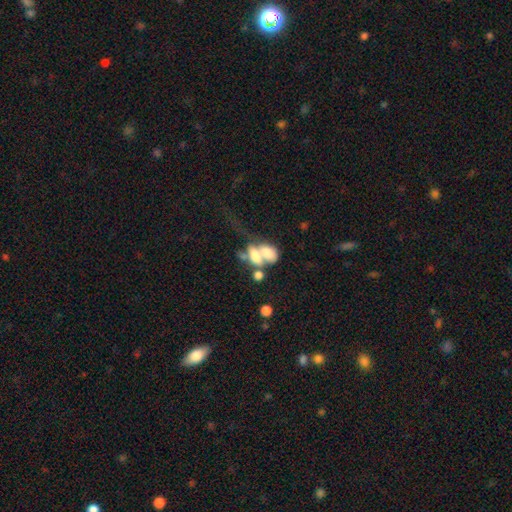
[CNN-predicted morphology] smooth-or-featured: smooth: 60% | featured or disk: 29% | star or artifact: 11%
  how-rounded: in between: 80% | round: 15% | cigar-shaped: 4%
  merging: merger: 67% | none: 13% | major disturbance: 13% | minor disturbance: 7%